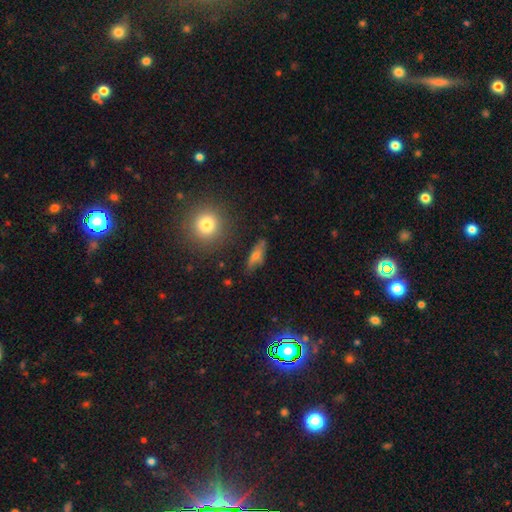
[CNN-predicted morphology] type=smooth (51%); roundness=in between (51%); merging=none (78%).